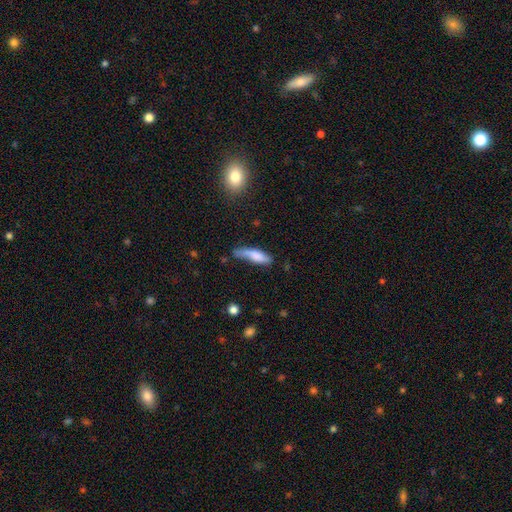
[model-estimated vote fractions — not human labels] Smooth or featured?
  - smooth: 73% *
  - featured or disk: 20%
  - star or artifact: 7%
How rounded?
  - cigar-shaped: 57% *
  - in between: 41%
  - round: 2%
Merging?
  - none: 41% *
  - minor disturbance: 35%
  - major disturbance: 16%
  - merger: 8%